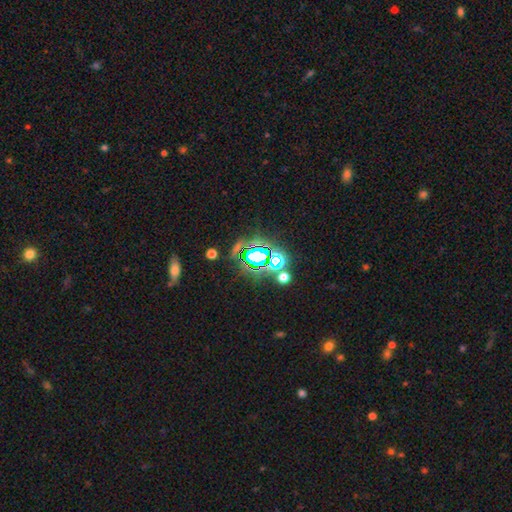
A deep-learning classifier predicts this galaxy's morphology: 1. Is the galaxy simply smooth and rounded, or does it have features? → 71% star or artifact, 18% smooth, 11% featured or disk.